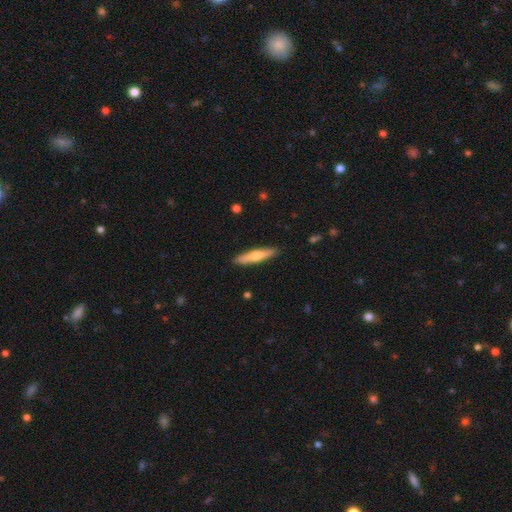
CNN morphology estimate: Smooth or featured? smooth (56%)
How rounded? cigar-shaped (87%)
Merging? none (90%)